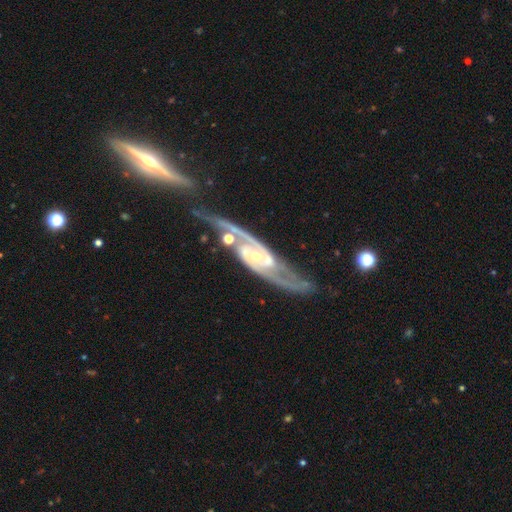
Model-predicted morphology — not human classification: smooth_or_featured: featured or disk (p=0.92) [alt: star or artifact p=0.05]
disk_edge_on: no (p=0.91) [alt: yes p=0.09]
bar: no (p=0.44) [alt: weak p=0.36]
has_spiral_arms: yes (p=0.98) [alt: no p=0.02]
spiral_winding: medium (p=0.53) [alt: tight p=0.27]
spiral_arm_count: 2 (p=0.91) [alt: can't tell p=0.03]
bulge_size: small (p=0.51) [alt: moderate p=0.44]
merging: none (p=0.56) [alt: minor disturbance p=0.18]